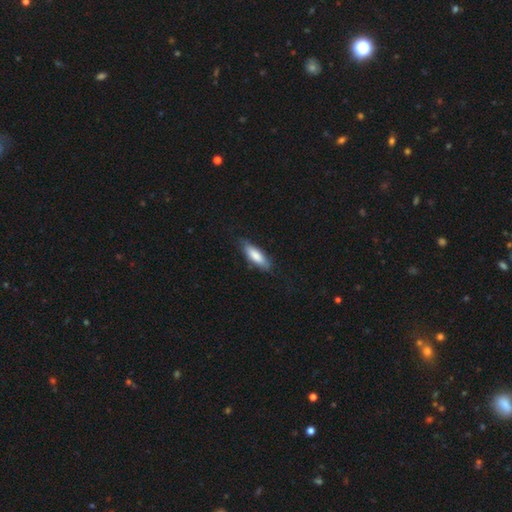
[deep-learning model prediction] A smooth galaxy with no disk features (79%) that is in between round and cigar-shaped (51%).

Vote fractions:
- Smooth or featured? smooth: 79% / featured or disk: 15% / star or artifact: 5%
- How rounded? in between: 51% / cigar-shaped: 47% / round: 2%
- Merging? none: 77% / minor disturbance: 18% / major disturbance: 4% / merger: 1%